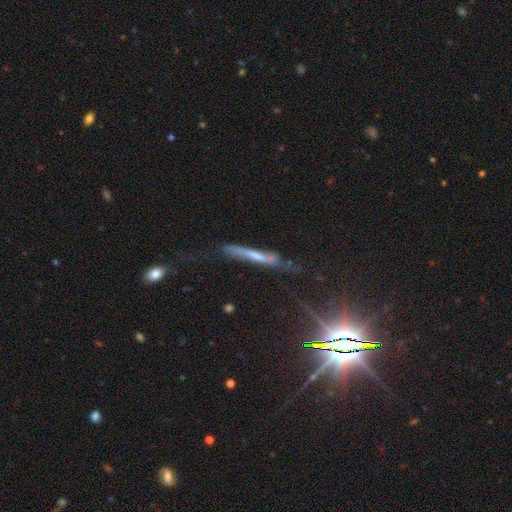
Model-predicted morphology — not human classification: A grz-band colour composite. It shows a featured or disk galaxy (49%). Merging: none (58%).